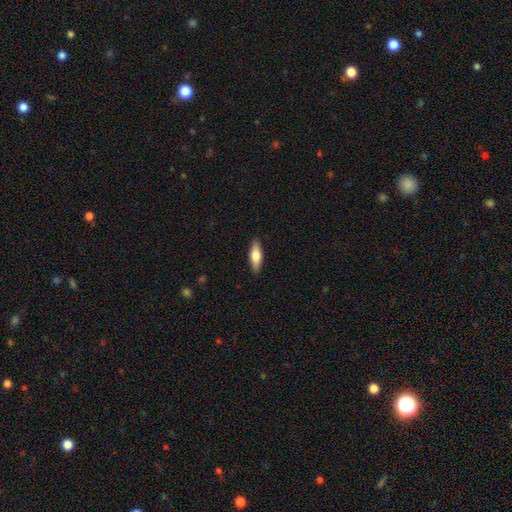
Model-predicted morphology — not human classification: This is likely a smooth galaxy (70%). How rounded: likely in between (61%). Merging: clearly none (89%).